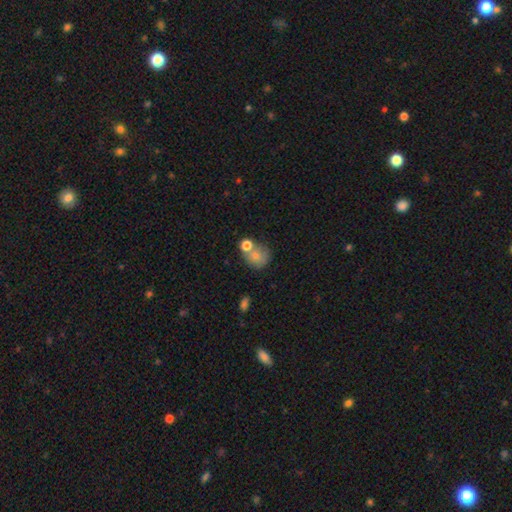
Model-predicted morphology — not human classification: A smooth galaxy with no disk features (74%) that is round (72%).

Vote fractions:
- Smooth or featured? smooth: 74% / featured or disk: 15% / star or artifact: 10%
- How rounded? round: 72% / in between: 27% / cigar-shaped: 1%
- Merging? none: 39% / merger: 38% / minor disturbance: 15% / major disturbance: 8%